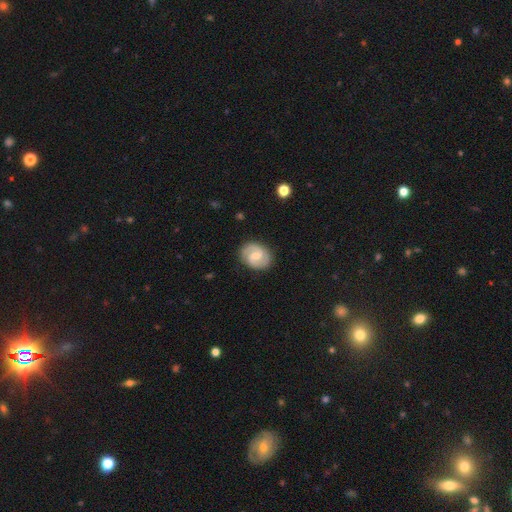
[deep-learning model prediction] smooth_or_featured: featured or disk (p=0.83) [alt: smooth p=0.12]
disk_edge_on: no (p=0.98) [alt: yes p=0.02]
bar: weak (p=0.56) [alt: no p=0.30]
has_spiral_arms: yes (p=0.96) [alt: no p=0.04]
spiral_winding: medium (p=0.49) [alt: tight p=0.41]
spiral_arm_count: 2 (p=0.92) [alt: can't tell p=0.03]
bulge_size: moderate (p=0.47) [alt: small p=0.43]
merging: none (p=0.86) [alt: minor disturbance p=0.11]